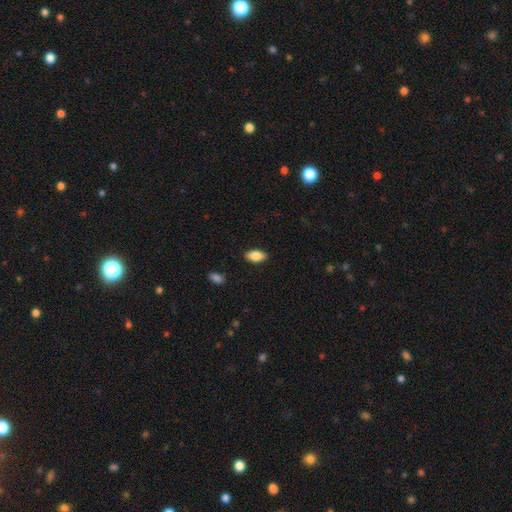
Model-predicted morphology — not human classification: A smooth galaxy with no disk features (84%) that is in between round and cigar-shaped (91%). Merging: none (88%).